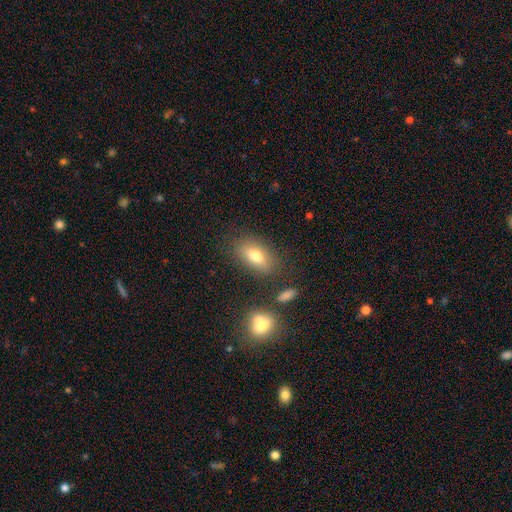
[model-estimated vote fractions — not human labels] smooth 75%, featured or disk 15%, star or artifact 10%. Down the decision tree: how rounded — in between (85%); merging — none (79%).